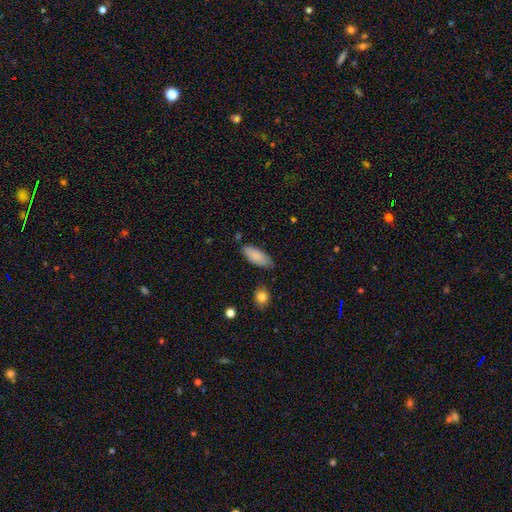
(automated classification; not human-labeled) A smooth galaxy with no disk features (87%) that is in between round and cigar-shaped (80%). Merging: none (74%).